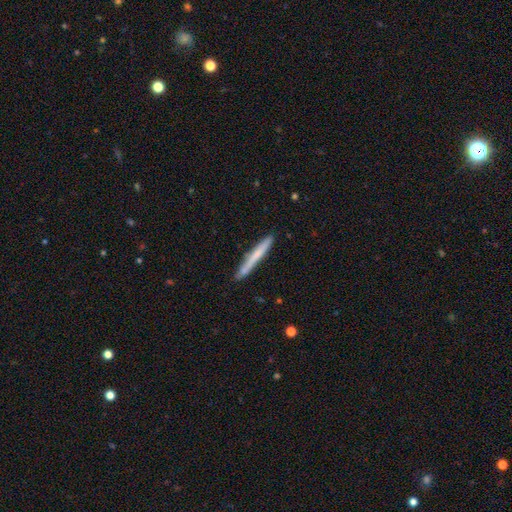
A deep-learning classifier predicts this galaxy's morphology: A smooth galaxy with no disk features (61%) that is cigar-shaped (97%).

Vote fractions:
- Smooth or featured? smooth: 61% / featured or disk: 33% / star or artifact: 6%
- How rounded? cigar-shaped: 97% / in between: 2% / round: 1%
- Merging? none: 85% / minor disturbance: 11% / merger: 2% / major disturbance: 2%